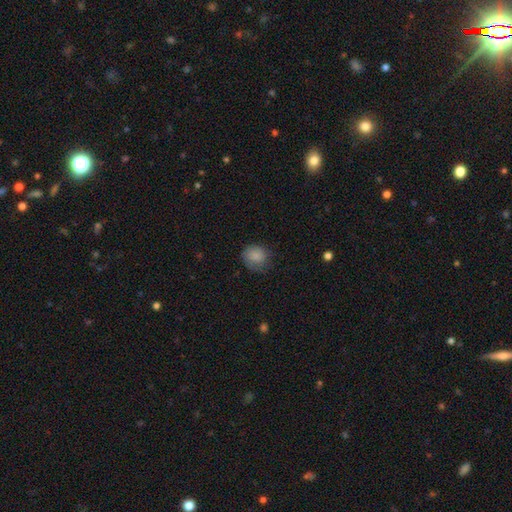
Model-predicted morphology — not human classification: Smooth or featured? Predicted: smooth (p=0.81). How rounded? Predicted: round (p=0.75). Merging? Predicted: none (p=0.65).